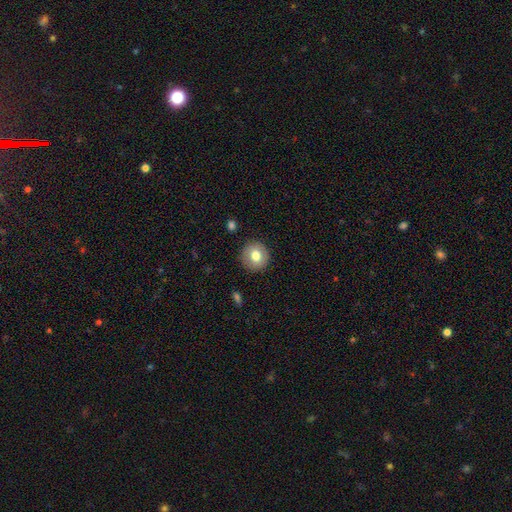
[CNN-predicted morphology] Smooth or featured? smooth (76%)
How rounded? round (93%)
Merging? none (90%)